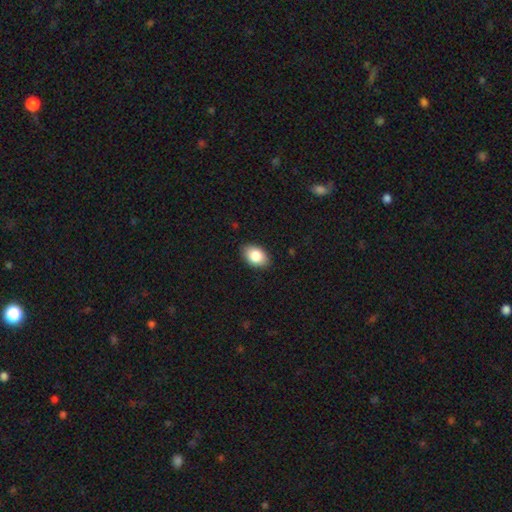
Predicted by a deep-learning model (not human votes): The model was most divided on "smooth or featured": smooth: 84%, featured or disk: 9%, star or artifact: 7%. More confident: how rounded — in between (88%); merging — none (86%).